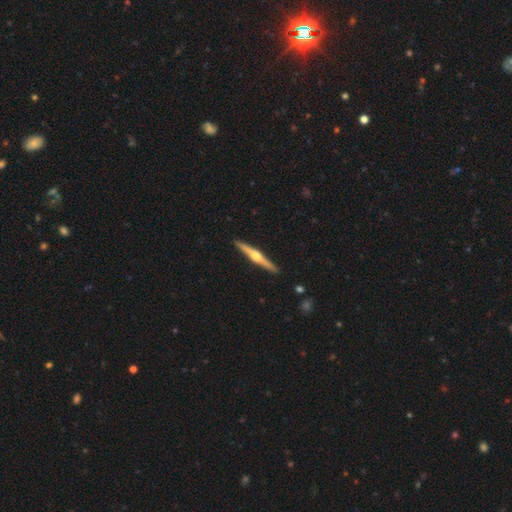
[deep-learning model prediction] featured or disk 76%, smooth 19%, star or artifact 5%. Down the decision tree: edge-on disk — yes (98%); edge-on bulge — rounded (95%); merging — none (91%).